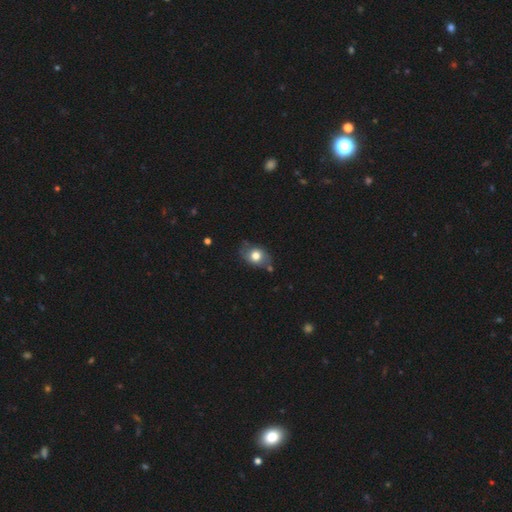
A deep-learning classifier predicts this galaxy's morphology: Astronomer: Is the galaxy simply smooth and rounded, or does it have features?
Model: smooth — 70%.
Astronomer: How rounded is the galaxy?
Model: in between — 66%.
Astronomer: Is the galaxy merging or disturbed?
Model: none — 66%.